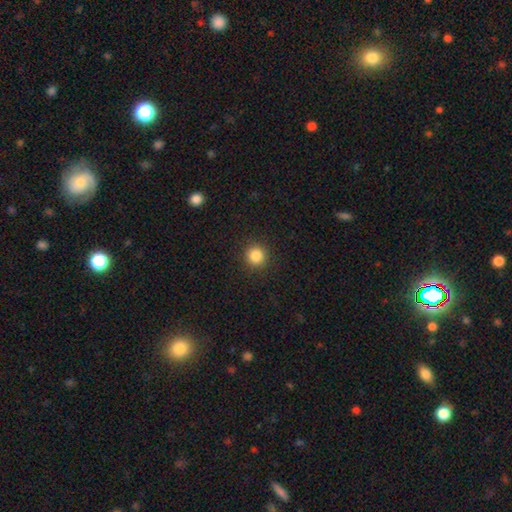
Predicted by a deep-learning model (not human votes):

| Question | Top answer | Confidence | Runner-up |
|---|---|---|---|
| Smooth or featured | smooth | 85% | star or artifact (11%) |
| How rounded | round | 94% | in between (5%) |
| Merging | none | 92% | minor disturbance (5%) |